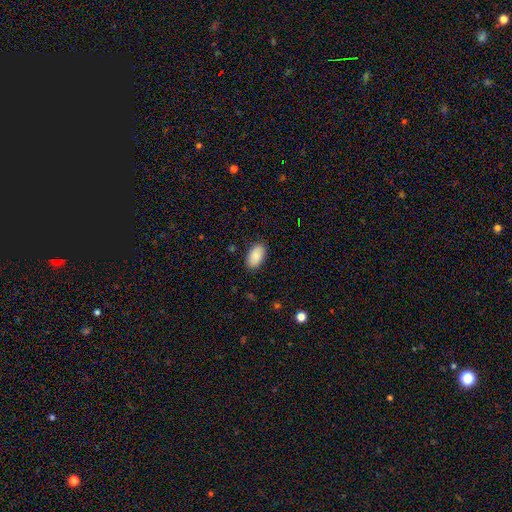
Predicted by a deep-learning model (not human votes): smooth-or-featured: smooth: 90% | star or artifact: 6% | featured or disk: 4%
  how-rounded: in between: 95% | round: 4% | cigar-shaped: 2%
  merging: none: 87% | minor disturbance: 9% | major disturbance: 2% | merger: 1%